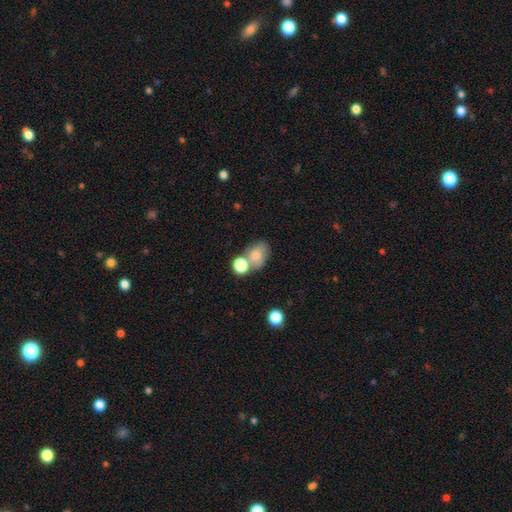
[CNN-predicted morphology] smooth_or_featured: smooth (p=0.75) [alt: featured or disk p=0.15]
how_rounded: in between (p=0.67) [alt: round p=0.31]
merging: none (p=0.48) [alt: merger p=0.32]